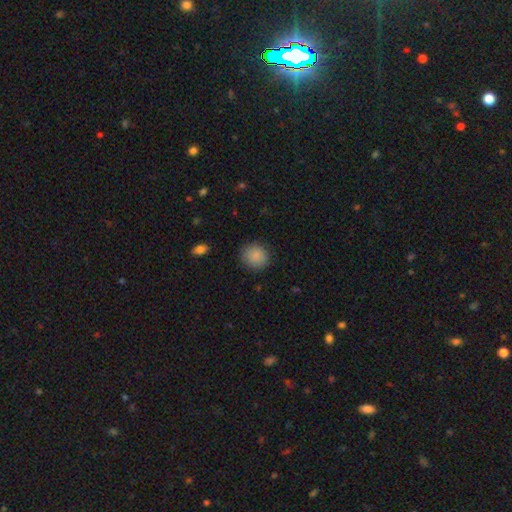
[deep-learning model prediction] The model was most divided on "how rounded": round: 87%, in between: 12%, cigar-shaped: 1%. More confident: smooth or featured — smooth (87%); merging — none (86%).